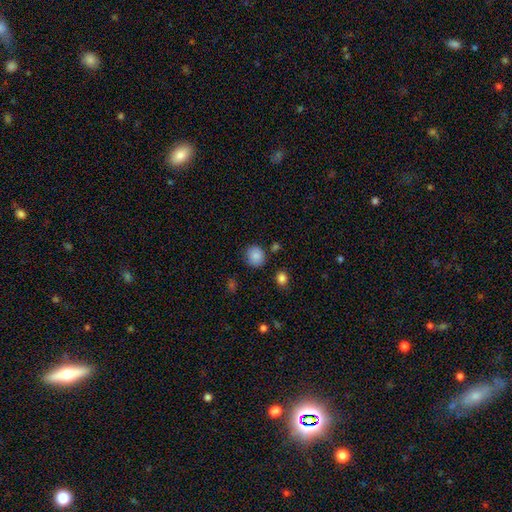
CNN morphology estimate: smooth 87%, star or artifact 9%, featured or disk 4%. Down the decision tree: how rounded — round (86%); merging — none (83%).